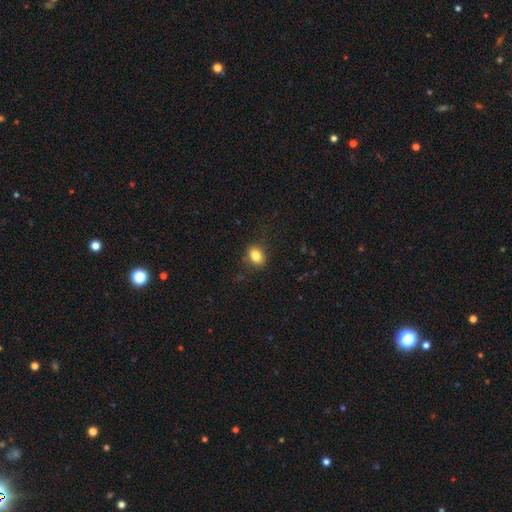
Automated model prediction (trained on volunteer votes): This is clearly a smooth galaxy (84%). How rounded: likely in between (67%). Merging: clearly none (83%).